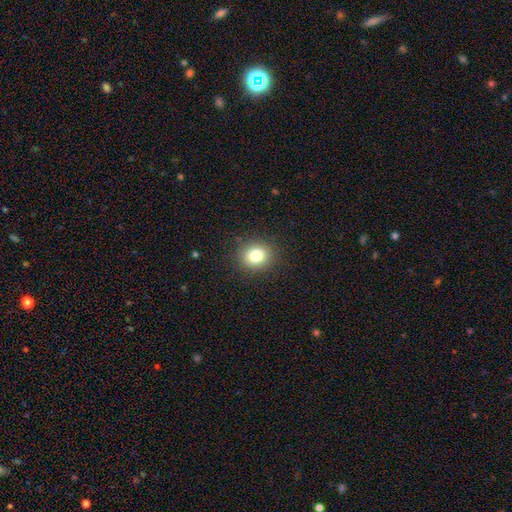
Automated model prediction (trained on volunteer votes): Overall: smooth (81%). How rounded: round (79%). Merging: none (89%).